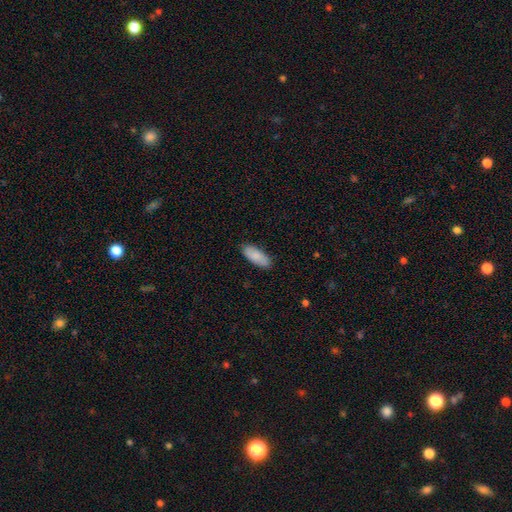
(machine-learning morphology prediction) Smooth or featured? smooth (88%)
How rounded? in between (79%)
Merging? none (86%)